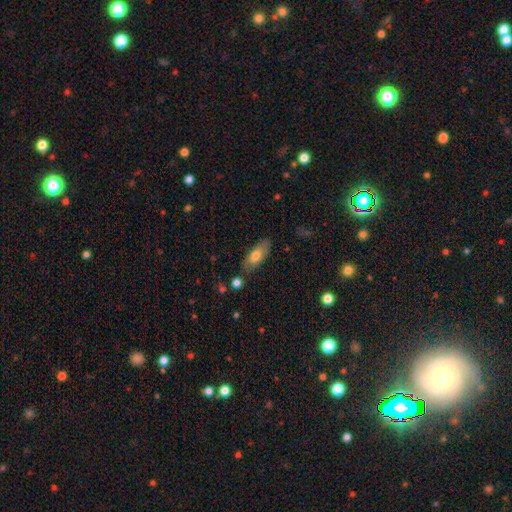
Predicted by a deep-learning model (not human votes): smooth-or-featured: smooth: 70% | featured or disk: 24% | star or artifact: 6%
  how-rounded: in between: 80% | cigar-shaped: 18% | round: 2%
  merging: none: 79% | minor disturbance: 14% | merger: 3% | major disturbance: 3%